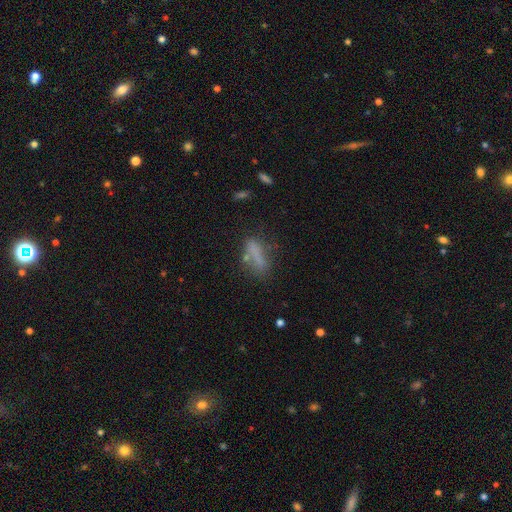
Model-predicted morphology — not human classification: This appears to be a smooth galaxy with no disk features (66%) that is in between round and cigar-shaped (50%). Merging: none (50%).